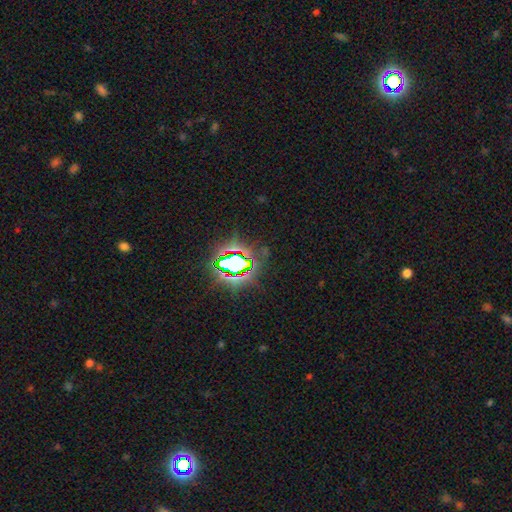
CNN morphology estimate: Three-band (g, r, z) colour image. It shows a star or artifact, not a galaxy (82%).